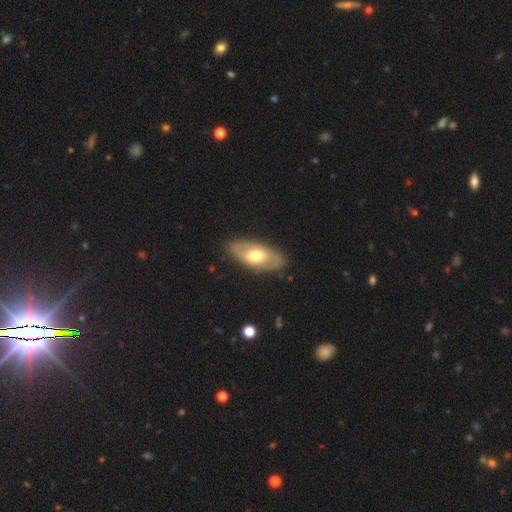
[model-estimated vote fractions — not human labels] smooth 49%, featured or disk 46%, star or artifact 5%. Down the decision tree: merging — none (84%).